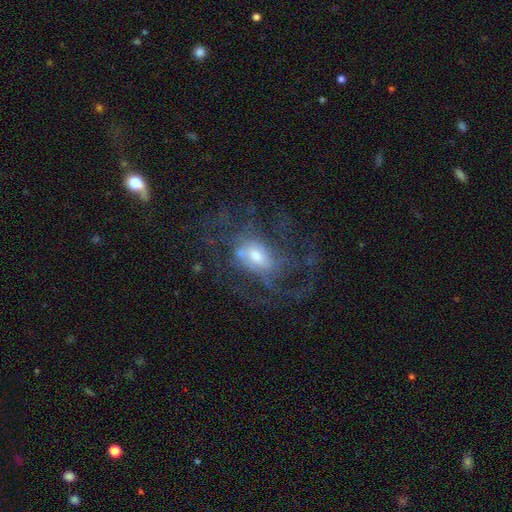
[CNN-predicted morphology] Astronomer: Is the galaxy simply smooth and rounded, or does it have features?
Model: featured or disk — 73%.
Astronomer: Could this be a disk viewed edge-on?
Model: no — 96%.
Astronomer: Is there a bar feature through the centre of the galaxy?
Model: no — 56% (runner-up: weak, 35%).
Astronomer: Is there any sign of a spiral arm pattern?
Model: yes — 71%.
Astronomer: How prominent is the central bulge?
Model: moderate — 54% (runner-up: small, 32%).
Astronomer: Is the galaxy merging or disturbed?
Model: none — 47% (runner-up: major disturbance, 34%).